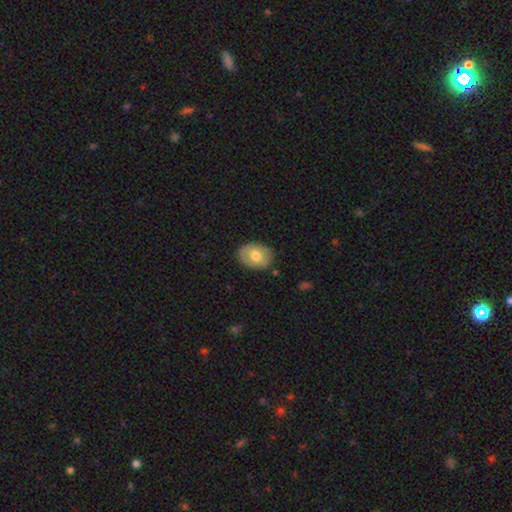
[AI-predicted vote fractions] Overall: smooth (64%; featured or disk 30%). How rounded: in between (65%; round 34%). Merging: none (84%).